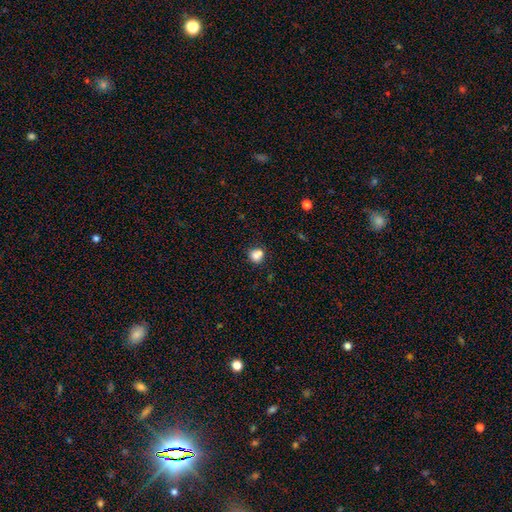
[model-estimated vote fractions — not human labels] A smooth galaxy with no disk features (81%) that is round (78%).

Vote fractions:
- Smooth or featured? smooth: 81% / star or artifact: 12% / featured or disk: 7%
- How rounded? round: 78% / in between: 21% / cigar-shaped: 1%
- Merging? none: 58% / merger: 21% / minor disturbance: 16% / major disturbance: 5%